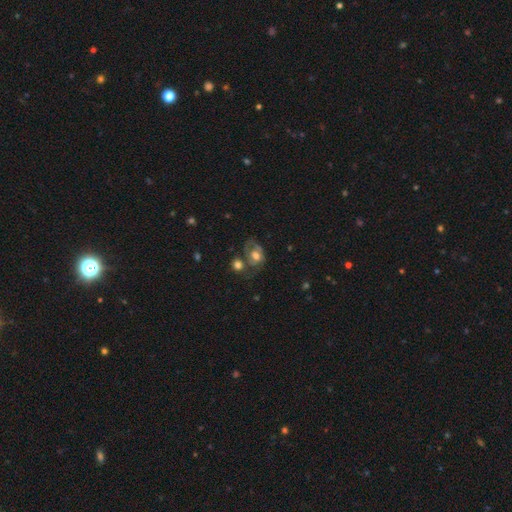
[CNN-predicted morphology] Overall: featured or disk (49%; smooth 42%). Merging: none (32%; merger 29%).